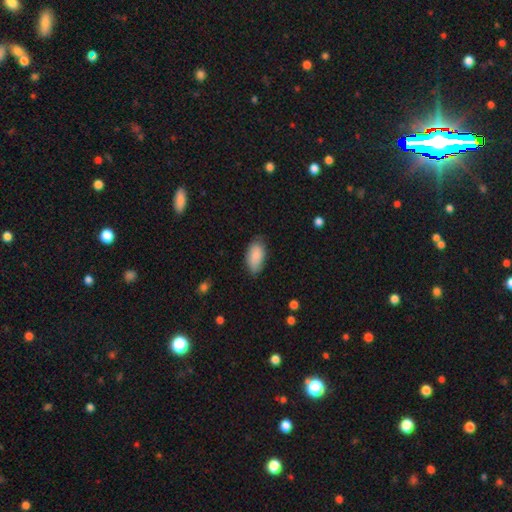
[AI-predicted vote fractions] A smooth galaxy with no disk features (84%) that is in between round and cigar-shaped (93%).

Vote fractions:
- Smooth or featured? smooth: 84% / featured or disk: 9% / star or artifact: 6%
- How rounded? in between: 93% / cigar-shaped: 4% / round: 3%
- Merging? none: 73% / minor disturbance: 22% / major disturbance: 4% / merger: 1%